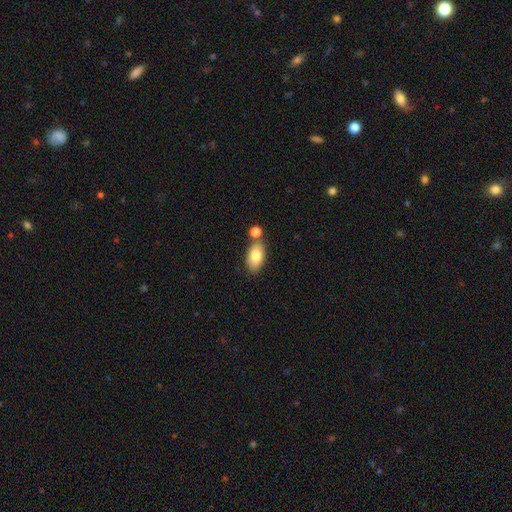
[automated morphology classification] Smooth or featured? smooth (81%)
How rounded? in between (92%)
Merging? none (62%)